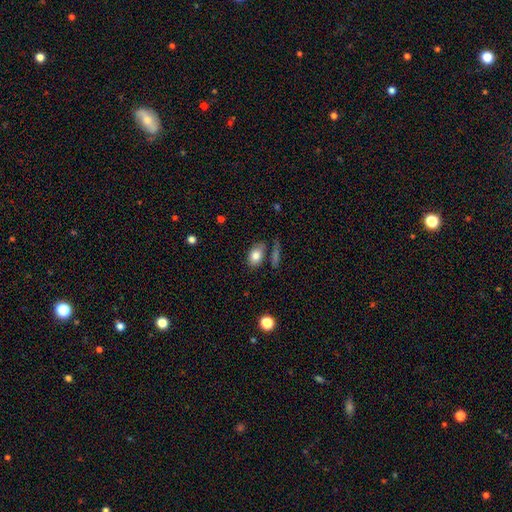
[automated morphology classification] A smooth galaxy with no disk features (80%) that is in between round and cigar-shaped (85%).

Vote fractions:
- Smooth or featured? smooth: 80% / featured or disk: 12% / star or artifact: 8%
- How rounded? in between: 85% / round: 13% / cigar-shaped: 3%
- Merging? none: 64% / minor disturbance: 19% / merger: 10% / major disturbance: 7%